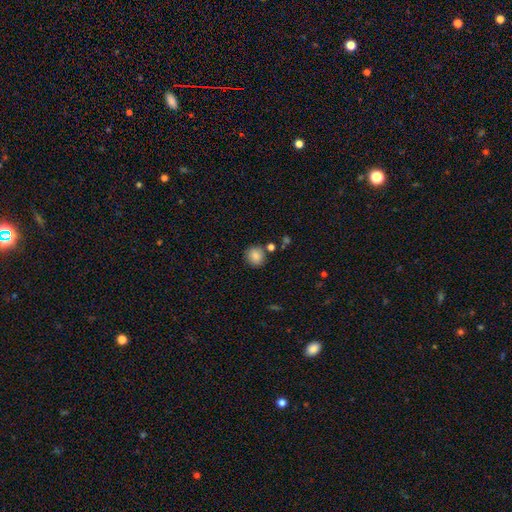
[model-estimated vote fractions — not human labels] A smooth galaxy with no disk features (86%) that is round (88%). Merging: none (81%).